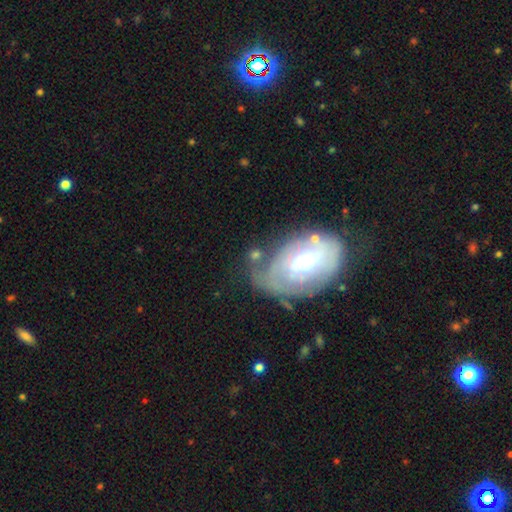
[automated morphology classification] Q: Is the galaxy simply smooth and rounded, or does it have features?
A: featured or disk — 58%.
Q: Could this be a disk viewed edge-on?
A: no — 94%.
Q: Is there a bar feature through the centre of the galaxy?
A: no — 60%.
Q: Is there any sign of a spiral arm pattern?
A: yes — 58%.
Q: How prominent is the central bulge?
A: moderate — 50%.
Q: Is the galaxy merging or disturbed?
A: none — 47%.